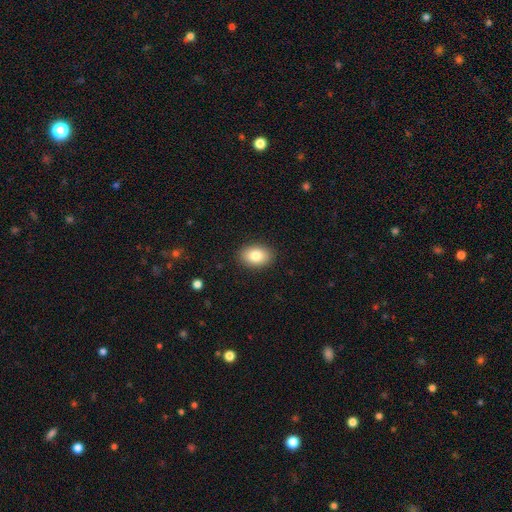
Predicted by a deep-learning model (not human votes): This appears to be a smooth galaxy with no disk features (83%) that is in between round and cigar-shaped (83%). Merging: none (89%).